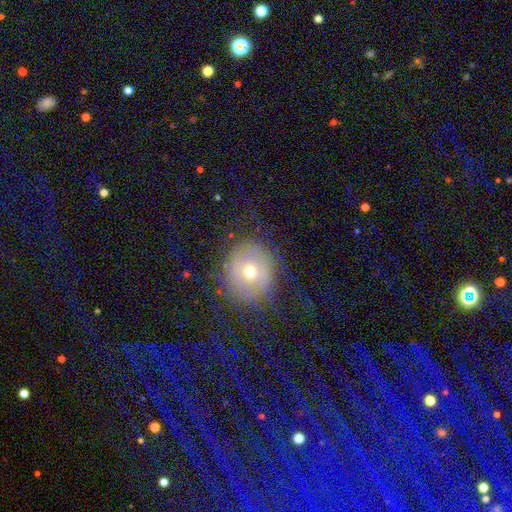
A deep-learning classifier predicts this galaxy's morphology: smooth_or_featured: smooth (p=0.41) [alt: featured or disk p=0.34]
merging: none (p=0.82) [alt: minor disturbance p=0.11]